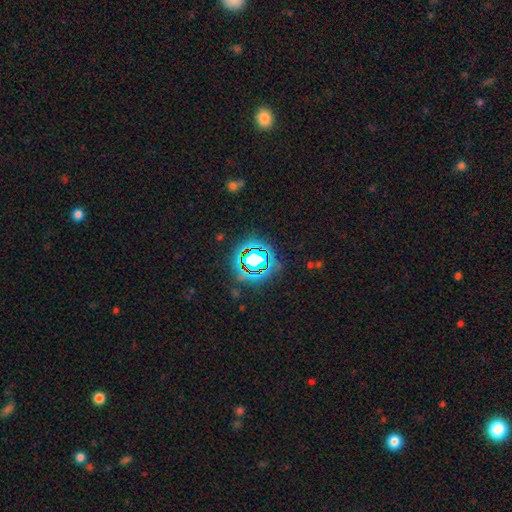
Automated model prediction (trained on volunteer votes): Smooth or featured: star or artifact — 76% (smooth — 14%)